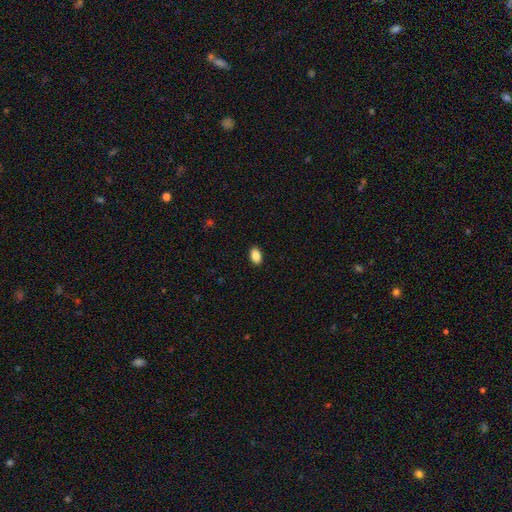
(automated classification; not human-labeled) smooth_or_featured: smooth (p=0.88) [alt: star or artifact p=0.08]
how_rounded: in between (p=0.90) [alt: round p=0.08]
merging: none (p=0.90) [alt: minor disturbance p=0.07]